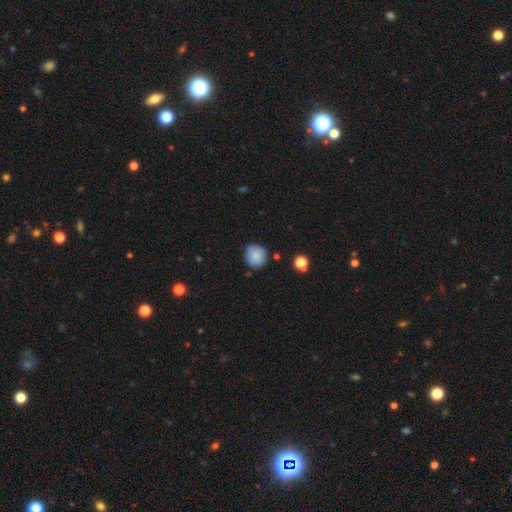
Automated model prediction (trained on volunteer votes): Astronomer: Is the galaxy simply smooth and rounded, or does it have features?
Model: smooth — 86%.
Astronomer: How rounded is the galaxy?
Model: round — 87%.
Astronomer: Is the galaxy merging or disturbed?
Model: none — 78%.